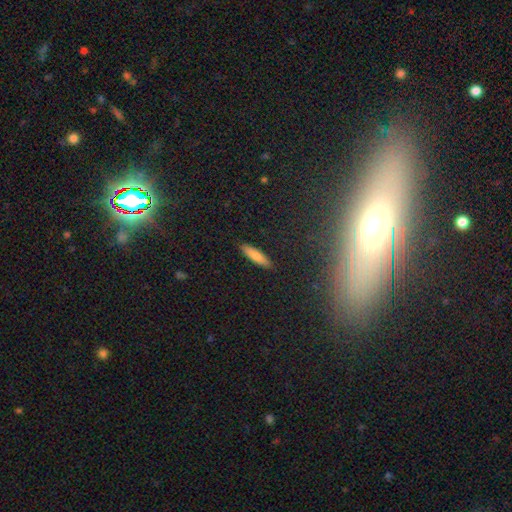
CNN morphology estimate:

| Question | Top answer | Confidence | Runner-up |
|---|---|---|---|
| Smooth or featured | smooth | 78% | featured or disk (15%) |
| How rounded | cigar-shaped | 71% | in between (27%) |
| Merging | none | 90% | minor disturbance (7%) |